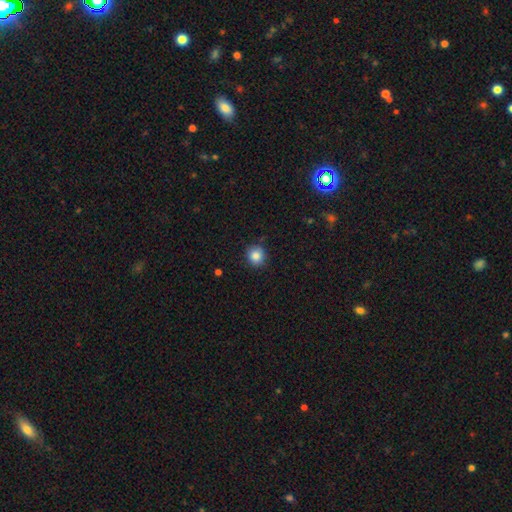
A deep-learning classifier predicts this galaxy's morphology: The model was most divided on "merging": none: 85%, minor disturbance: 11%, major disturbance: 2%, merger: 1%. More confident: how rounded — round (88%); smooth or featured — smooth (85%).